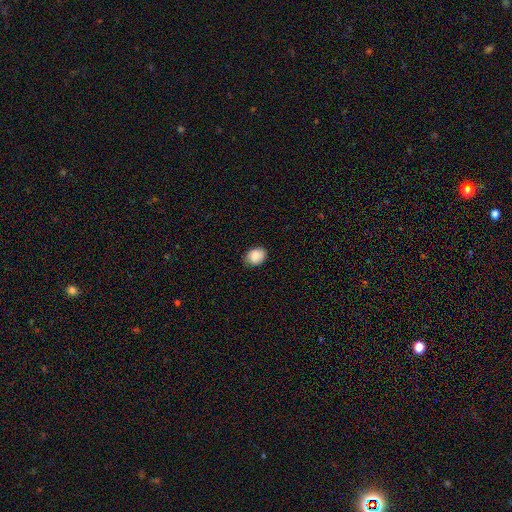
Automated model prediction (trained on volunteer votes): smooth-or-featured: smooth: 88% | star or artifact: 8% | featured or disk: 4%
  how-rounded: in between: 54% | round: 45% | cigar-shaped: 1%
  merging: none: 84% | minor disturbance: 13% | major disturbance: 2% | merger: 1%